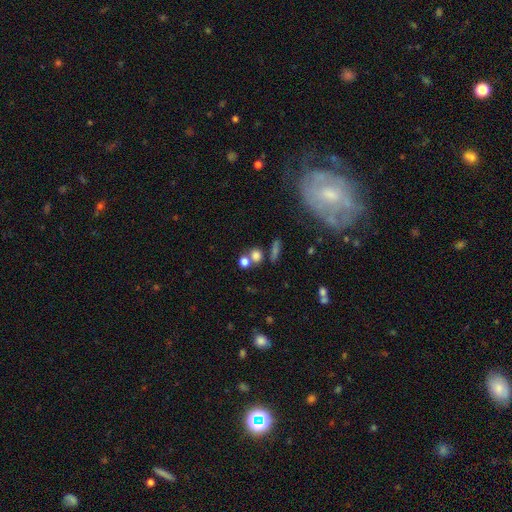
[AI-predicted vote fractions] smooth_or_featured: smooth (p=0.74) [alt: star or artifact p=0.16]
how_rounded: round (p=0.79) [alt: in between p=0.19]
merging: none (p=0.54) [alt: merger p=0.33]